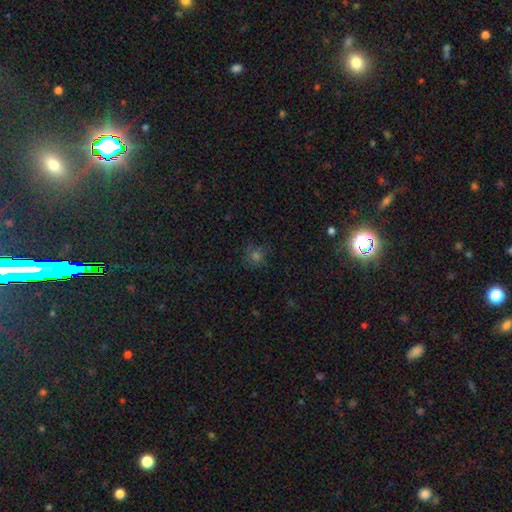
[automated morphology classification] This is possibly a smooth galaxy (54%). How rounded: clearly round (88%). Merging: likely none (80%).